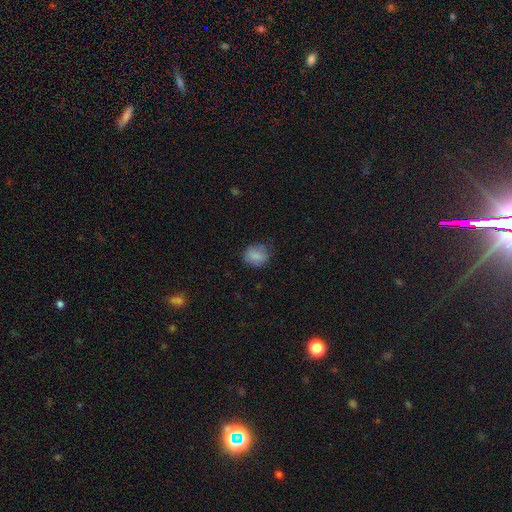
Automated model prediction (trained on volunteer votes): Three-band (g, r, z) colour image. It shows a smooth galaxy with no disk features (84%) that is round (65%). Merging: none (73%).